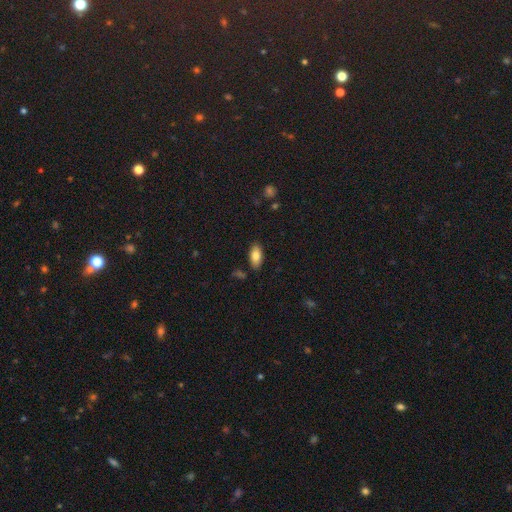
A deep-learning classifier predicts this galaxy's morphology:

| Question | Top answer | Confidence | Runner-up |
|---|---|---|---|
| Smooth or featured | smooth | 83% | featured or disk (9%) |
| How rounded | in between | 91% | cigar-shaped (6%) |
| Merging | none | 85% | minor disturbance (11%) |